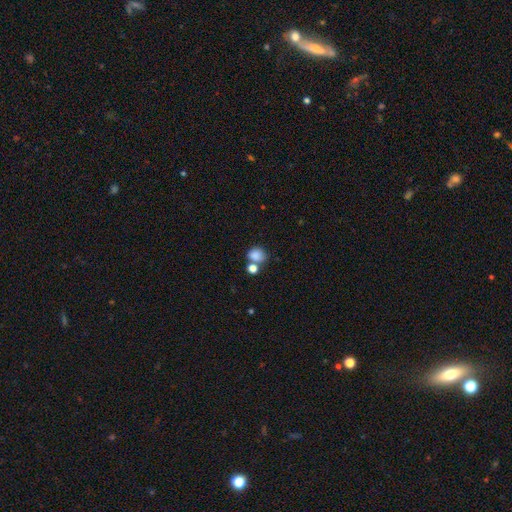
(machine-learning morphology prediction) smooth 83%, star or artifact 11%, featured or disk 6%. Down the decision tree: how rounded — round (65%); merging — none (52%).